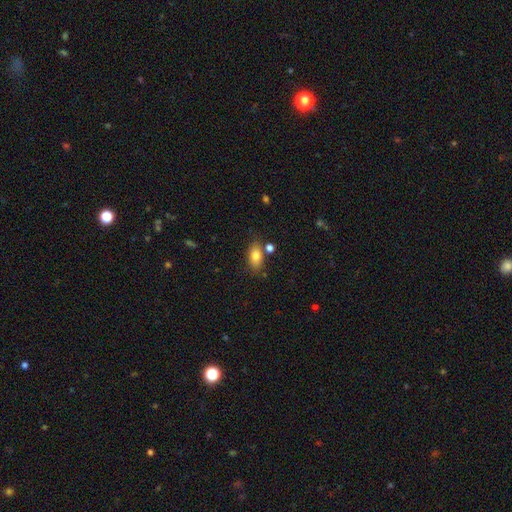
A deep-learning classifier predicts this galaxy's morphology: Overall: smooth (81%). How rounded: in between (87%). Merging: none (74%).